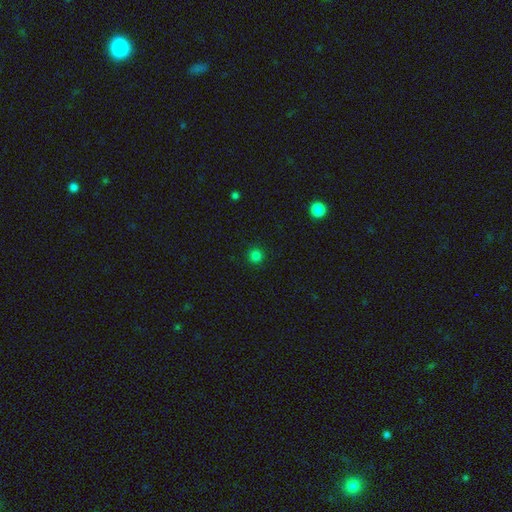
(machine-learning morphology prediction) smooth-or-featured: smooth: 81% | star or artifact: 16% | featured or disk: 3%
  how-rounded: round: 95% | in between: 4% | cigar-shaped: 1%
  merging: none: 92% | minor disturbance: 5% | major disturbance: 2% | merger: 1%